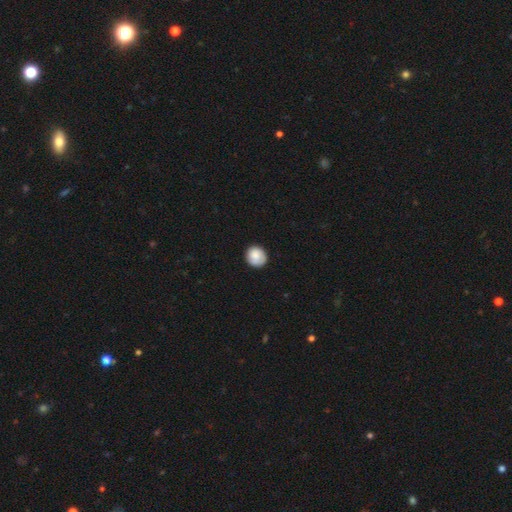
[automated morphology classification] Smooth or featured? Predicted: smooth (p=0.81). How rounded? Predicted: round (p=0.87). Merging? Predicted: none (p=0.81).